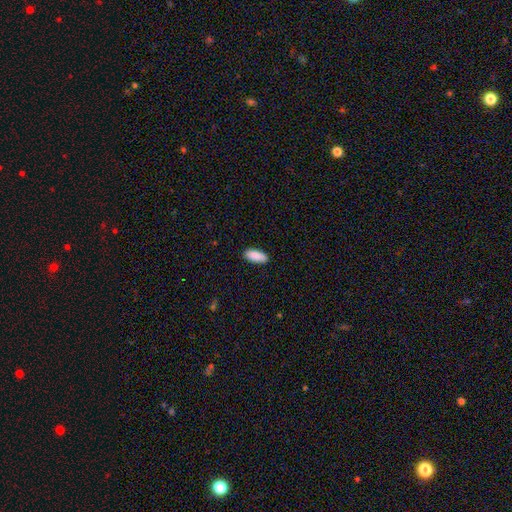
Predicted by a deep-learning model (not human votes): smooth 90%, star or artifact 6%, featured or disk 4%. Down the decision tree: how rounded — in between (84%); merging — none (89%).